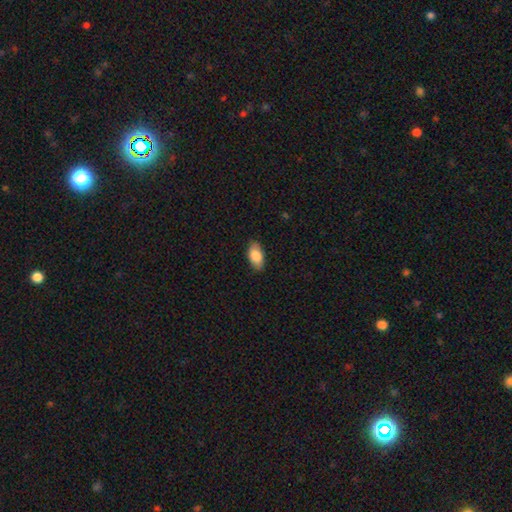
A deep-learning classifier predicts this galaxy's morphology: Overall: smooth (85%). How rounded: in between (92%). Merging: none (84%).